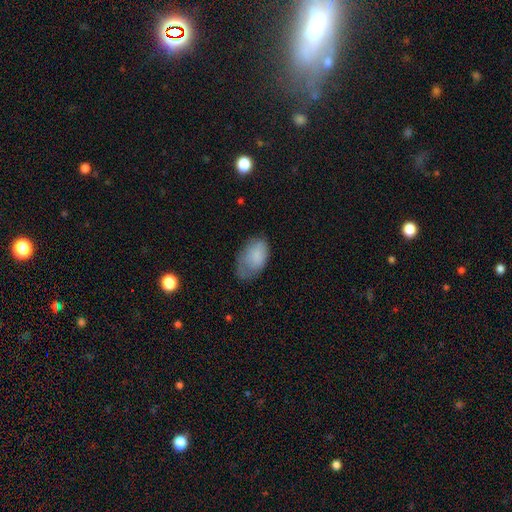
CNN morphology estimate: Overall: smooth (82%). How rounded: in between (92%). Merging: none (45%; minor disturbance 37%).